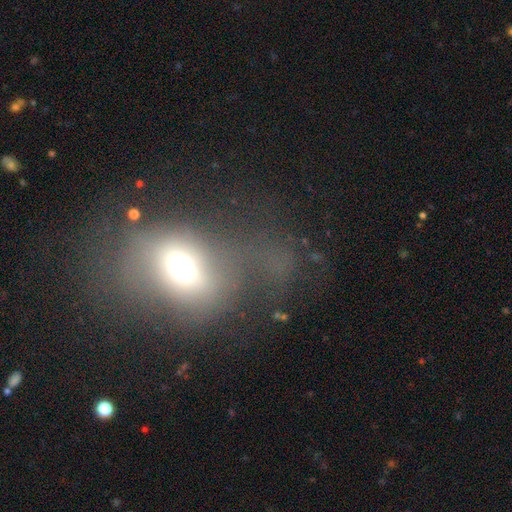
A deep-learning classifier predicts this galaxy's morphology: This appears to be a smooth galaxy with no disk features (46%). Merging: none (38%).